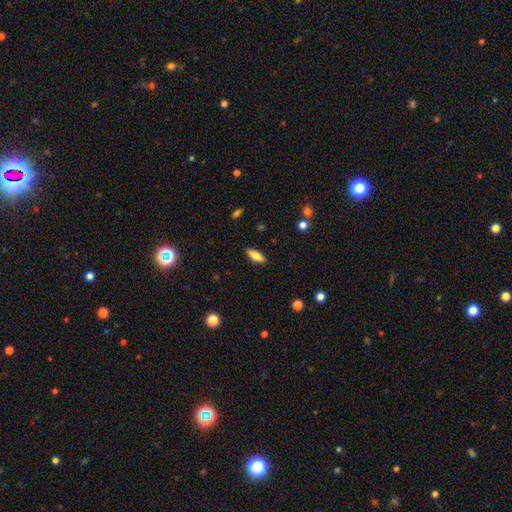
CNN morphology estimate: Overall: smooth (74%). How rounded: in between (59%; cigar-shaped 38%). Merging: none (88%).